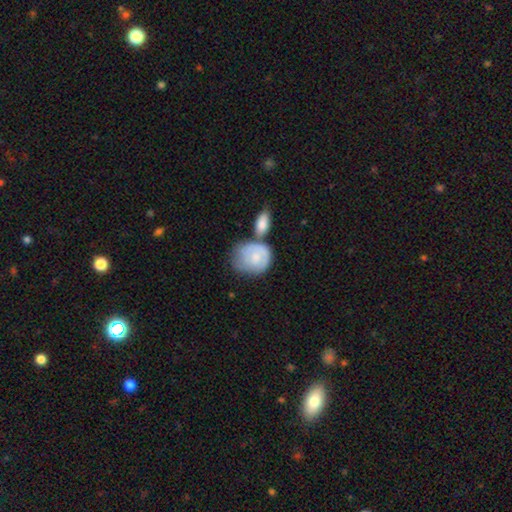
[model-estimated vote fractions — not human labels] This appears to be a smooth galaxy with no disk features (57%) that is round (57%). Merging: none (38%).